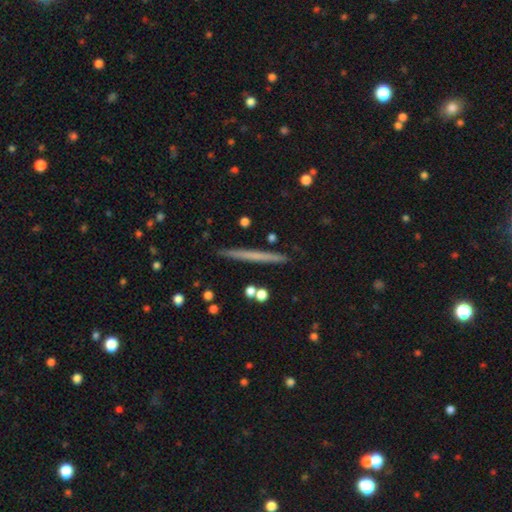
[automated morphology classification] This is possibly a smooth galaxy (49%). Merging: clearly none (91%).